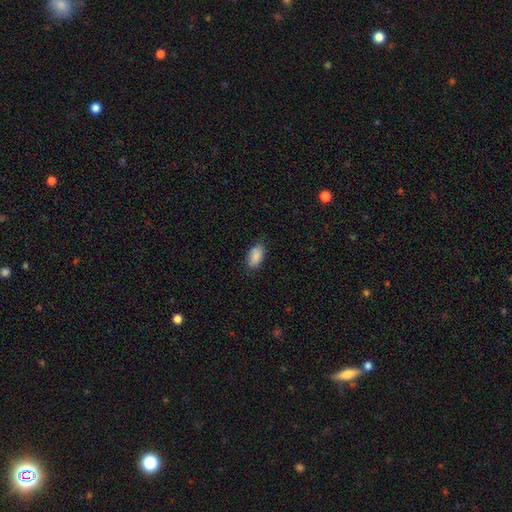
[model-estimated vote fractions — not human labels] Q: Smooth or featured?
A: smooth (88%); runner-up: star or artifact (7%)
Q: How rounded?
A: in between (93%); runner-up: round (4%)
Q: Merging?
A: none (82%); runner-up: minor disturbance (14%)